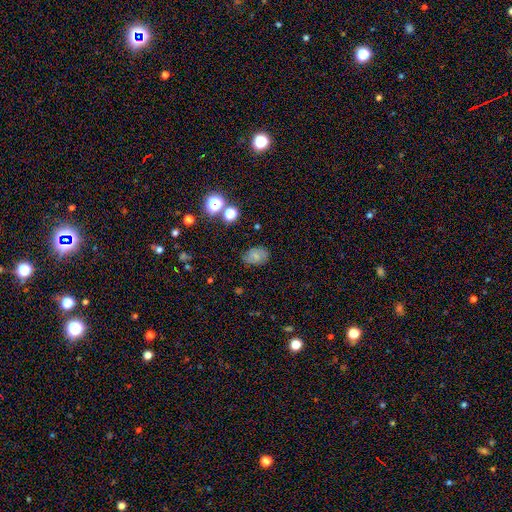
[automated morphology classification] Smooth or featured?
  - smooth: 62% *
  - featured or disk: 23%
  - star or artifact: 14%
How rounded?
  - in between: 73% *
  - round: 26%
  - cigar-shaped: 1%
Merging?
  - none: 74% *
  - minor disturbance: 19%
  - major disturbance: 5%
  - merger: 2%